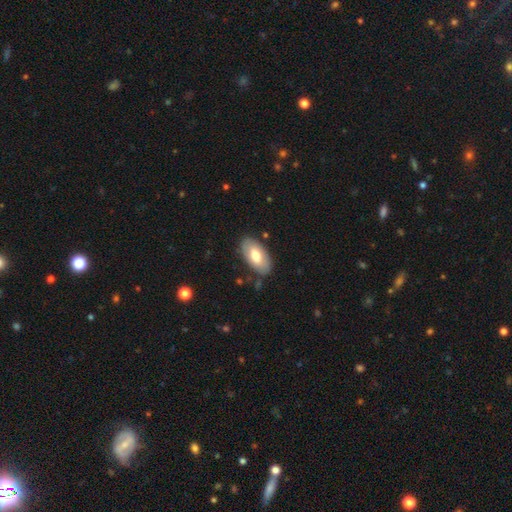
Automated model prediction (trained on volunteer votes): Q: Smooth or featured?
A: smooth (66%); runner-up: featured or disk (29%)
Q: How rounded?
A: in between (94%); runner-up: cigar-shaped (3%)
Q: Merging?
A: none (80%); runner-up: minor disturbance (14%)